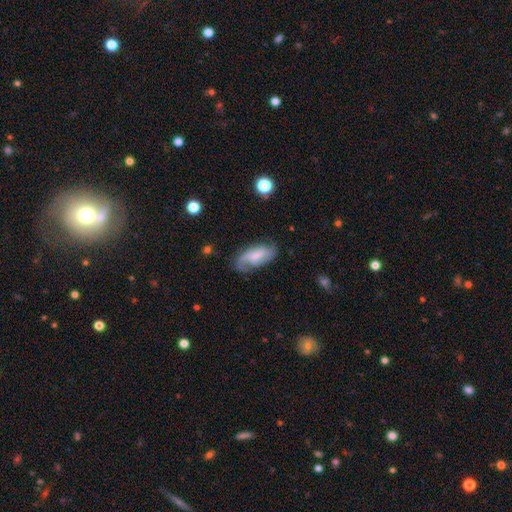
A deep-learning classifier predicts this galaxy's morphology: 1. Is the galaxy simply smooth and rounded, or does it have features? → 54% featured or disk, 39% smooth, 7% star or artifact.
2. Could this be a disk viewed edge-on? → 91% no, 9% yes.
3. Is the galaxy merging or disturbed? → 61% none, 25% minor disturbance, 11% major disturbance, 2% merger.